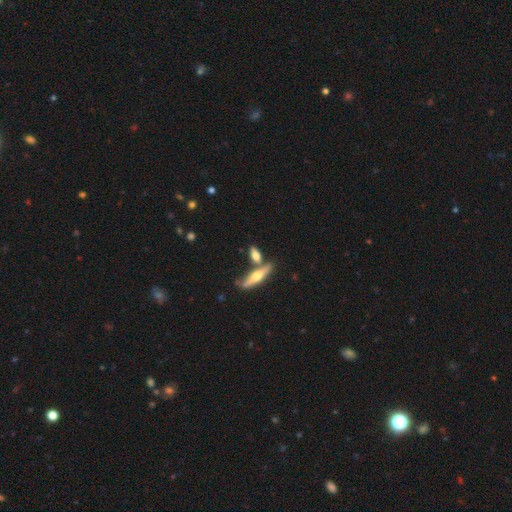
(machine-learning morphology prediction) type=smooth (52%); roundness=in between (47%); merging=none (60%).